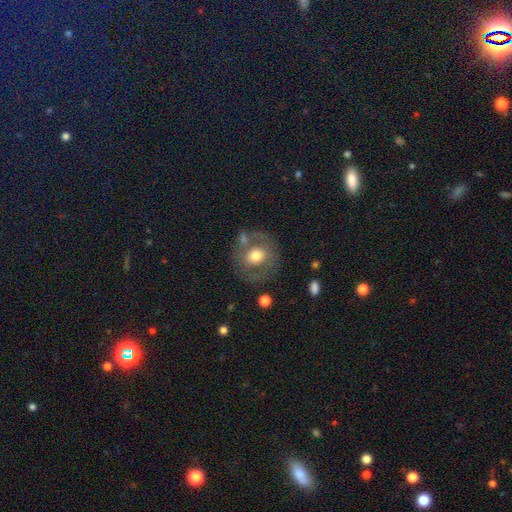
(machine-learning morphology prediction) Q: Smooth or featured?
A: smooth (55%); runner-up: featured or disk (37%)
Q: How rounded?
A: round (84%); runner-up: in between (15%)
Q: Merging?
A: none (68%); runner-up: minor disturbance (15%)